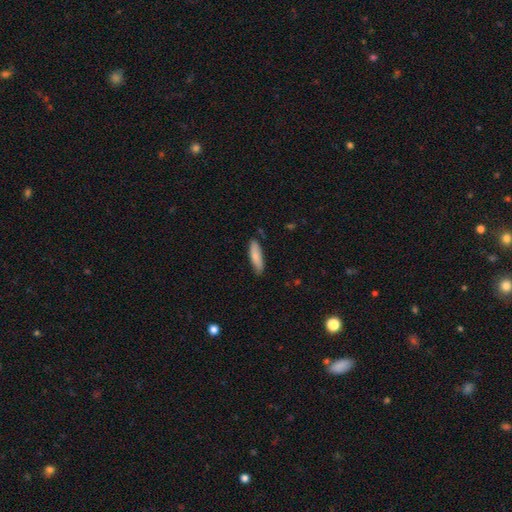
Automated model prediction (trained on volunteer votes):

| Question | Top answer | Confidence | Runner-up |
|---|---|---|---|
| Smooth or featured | smooth | 84% | featured or disk (11%) |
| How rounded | cigar-shaped | 66% | in between (33%) |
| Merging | none | 82% | minor disturbance (14%) |